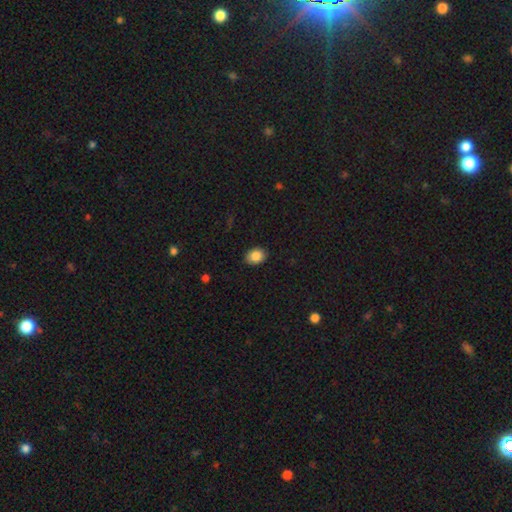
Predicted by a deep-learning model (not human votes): Overall: smooth (86%). How rounded: in between (66%; round 33%). Merging: none (88%).